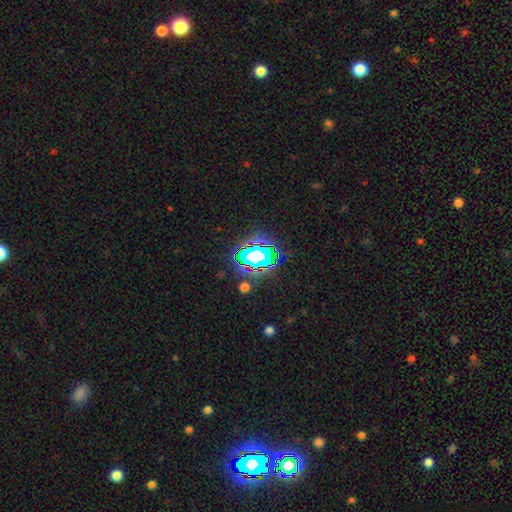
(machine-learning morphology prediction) A star or artifact, not a galaxy (55%).

Vote fractions:
- Smooth or featured? star or artifact: 55% / smooth: 27% / featured or disk: 18%